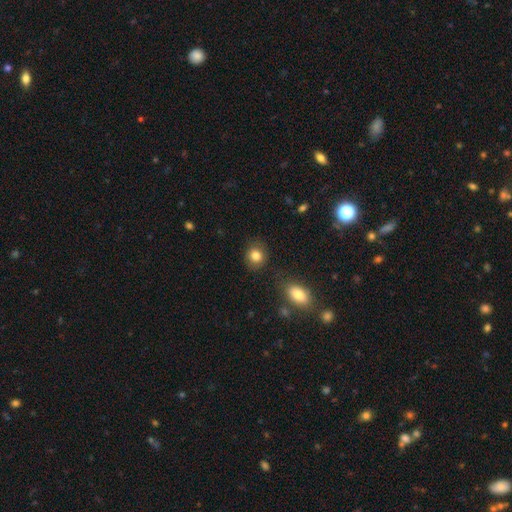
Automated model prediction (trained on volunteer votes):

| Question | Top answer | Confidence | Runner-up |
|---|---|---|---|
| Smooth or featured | smooth | 84% | star or artifact (10%) |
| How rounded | round | 77% | in between (22%) |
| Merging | none | 83% | minor disturbance (11%) |